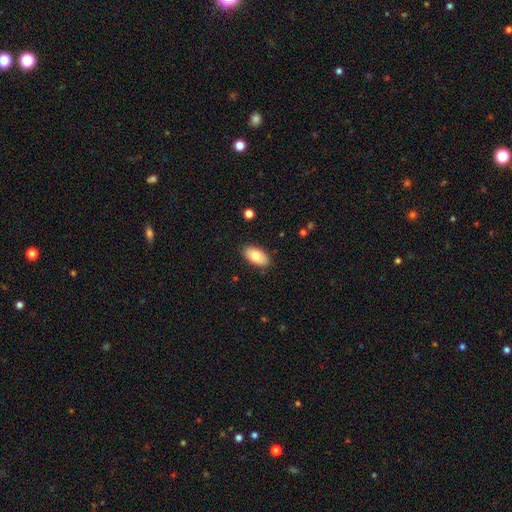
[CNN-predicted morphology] This is likely a smooth galaxy (80%). How rounded: clearly in between (94%). Merging: clearly none (88%).